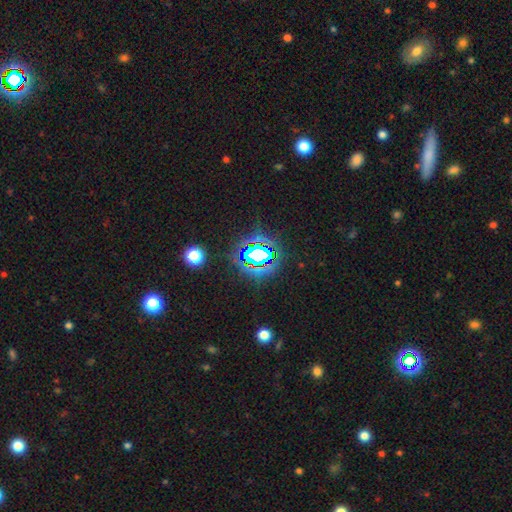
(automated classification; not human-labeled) A star or artifact, not a galaxy (72%).

Vote fractions:
- Smooth or featured? star or artifact: 72% / smooth: 15% / featured or disk: 12%